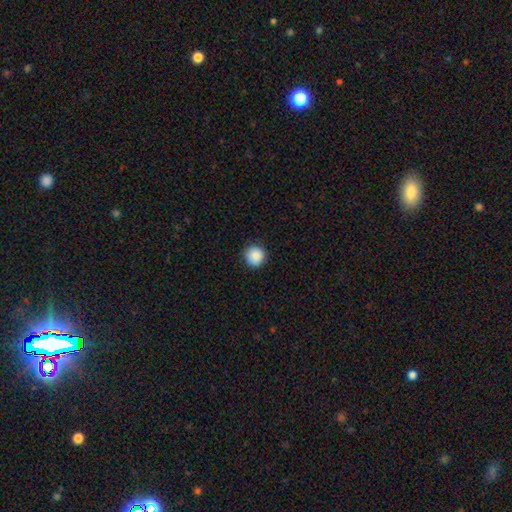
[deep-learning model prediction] smooth-or-featured: smooth: 87% | star or artifact: 8% | featured or disk: 5%
  how-rounded: round: 95% | in between: 4% | cigar-shaped: 1%
  merging: none: 91% | minor disturbance: 7% | major disturbance: 2% | merger: 1%